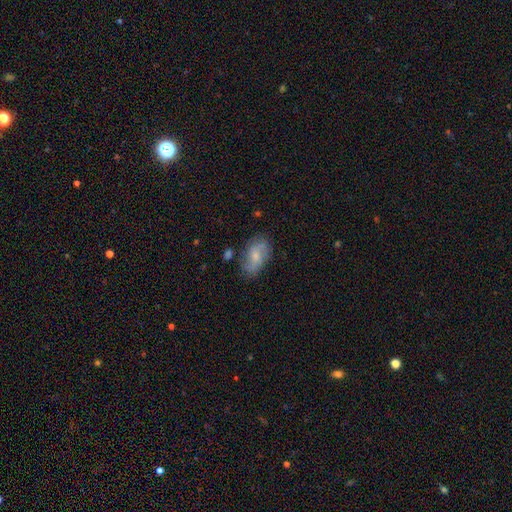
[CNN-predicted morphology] Smooth or featured? featured or disk (50%)
Edge-on disk? no (95%)
Merging? none (68%)